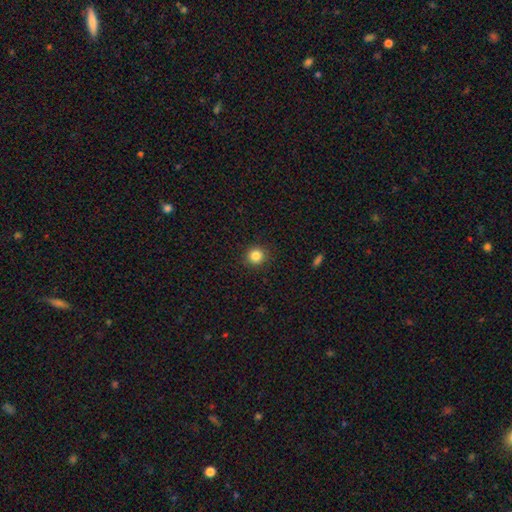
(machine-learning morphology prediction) Smooth or featured: smooth — 84% (star or artifact — 11%)
How rounded: round — 93% (in between — 6%)
Merging: none — 91% (minor disturbance — 6%)